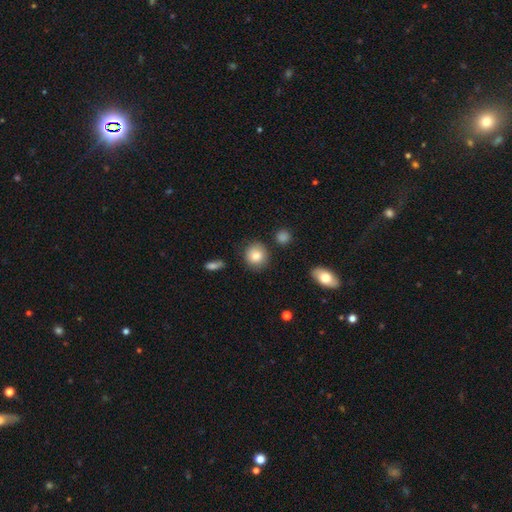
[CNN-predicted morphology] smooth 83%, featured or disk 9%, star or artifact 9%. Down the decision tree: how rounded — round (87%); merging — none (84%).